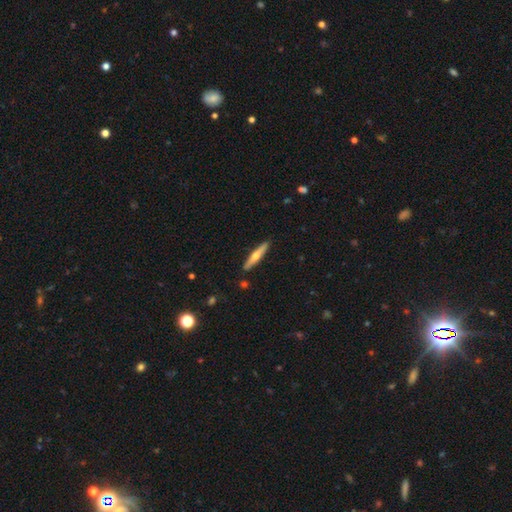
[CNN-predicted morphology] Q: Smooth or featured?
A: featured or disk (54%); runner-up: smooth (41%)
Q: Edge-on disk?
A: yes (95%); runner-up: no (5%)
Q: Edge-on bulge?
A: rounded (89%); runner-up: none (8%)
Q: Merging?
A: none (90%); runner-up: minor disturbance (7%)